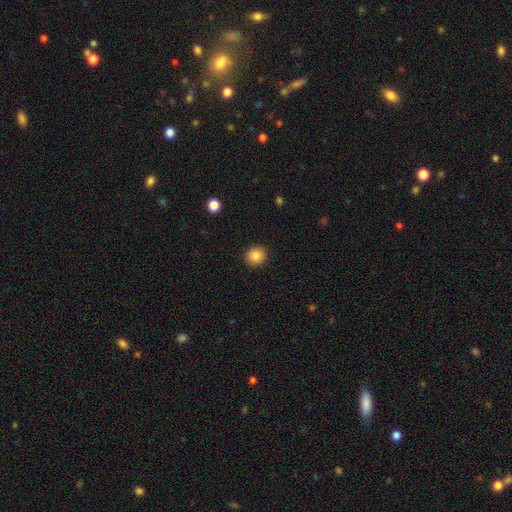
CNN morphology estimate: Smooth or featured: smooth — 86% (star or artifact — 9%)
How rounded: round — 88% (in between — 11%)
Merging: none — 91% (minor disturbance — 6%)